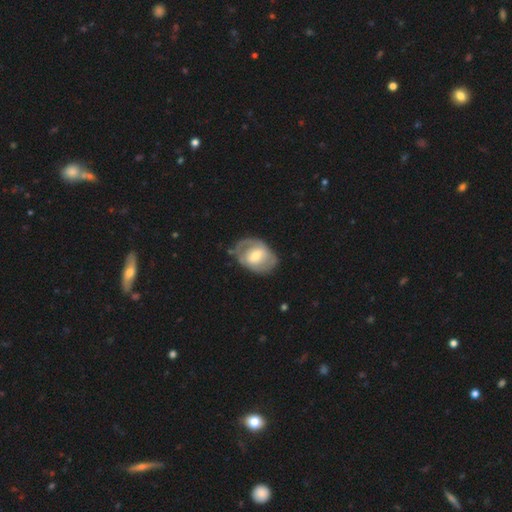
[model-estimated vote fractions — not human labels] A featured or disk galaxy (61%) with a weak bar (48%), spiral arms (63%) and a moderate central bulge (59%).

Vote fractions:
- Smooth or featured? featured or disk: 61% / smooth: 34% / star or artifact: 5%
- Edge-on disk? no: 95% / yes: 5%
- Bar? weak: 48% / no: 33% / strong: 19%
- Spiral arms? yes: 63% / no: 37%
- Bulge size? moderate: 59% / small: 28% / large: 10% / none: 2% / dominant: 1%
- Merging? none: 62% / minor disturbance: 24% / major disturbance: 11% / merger: 2%